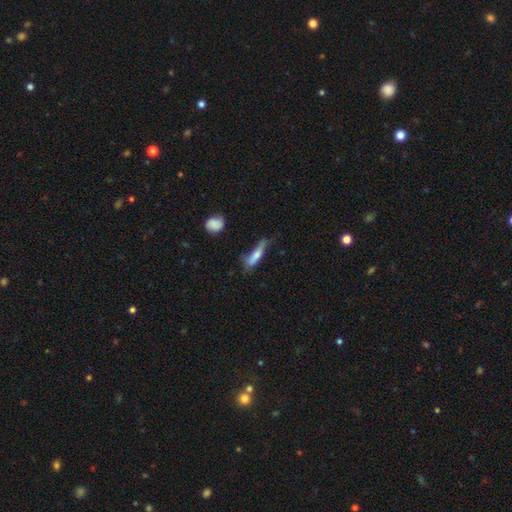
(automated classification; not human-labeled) smooth 68%, featured or disk 26%, star or artifact 7%. Down the decision tree: how rounded — cigar-shaped (75%); merging — none (50%).